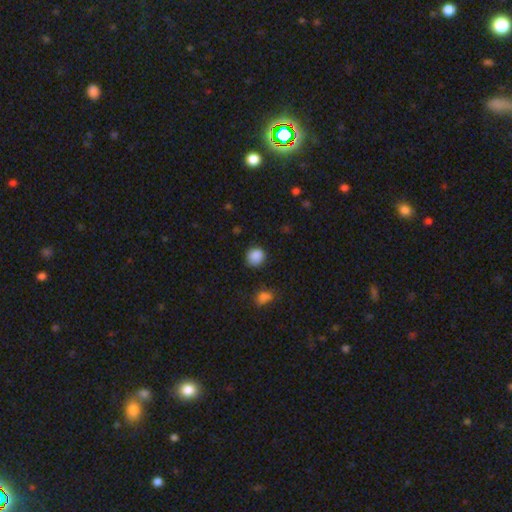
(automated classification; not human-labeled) This appears to be a smooth galaxy with no disk features (86%) that is round (86%). Merging: none (83%).